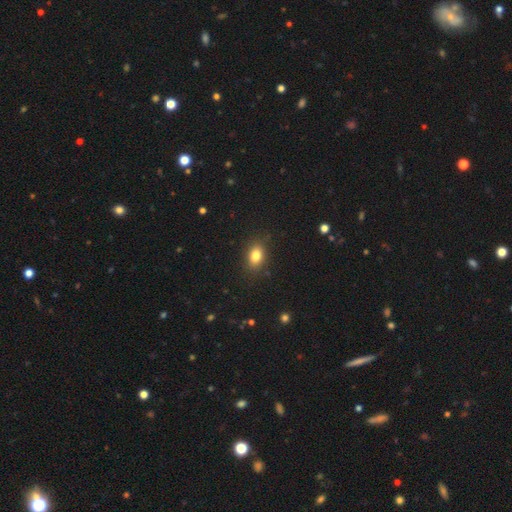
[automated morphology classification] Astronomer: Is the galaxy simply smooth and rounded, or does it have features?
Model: smooth — 82%.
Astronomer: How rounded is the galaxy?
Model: in between — 79%.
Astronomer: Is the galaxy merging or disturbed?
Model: none — 85%.